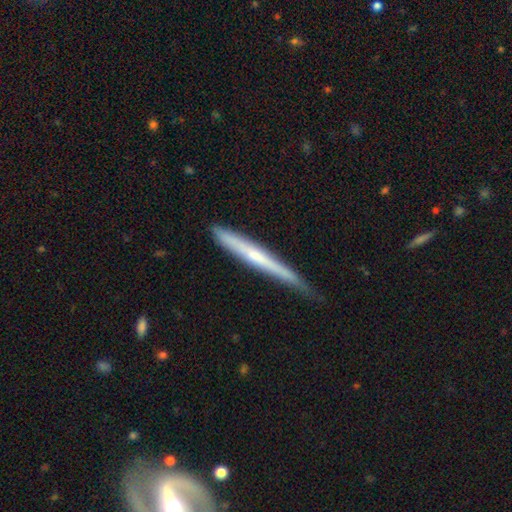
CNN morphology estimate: A featured or disk galaxy (52%) viewed edge-on (95%). Merging: none (65%).